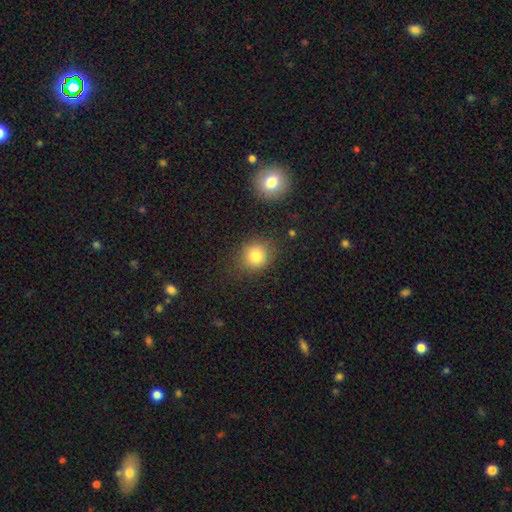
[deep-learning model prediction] smooth_or_featured: smooth (p=0.81) [alt: star or artifact p=0.11]
how_rounded: round (p=0.82) [alt: in between p=0.17]
merging: none (p=0.80) [alt: minor disturbance p=0.13]